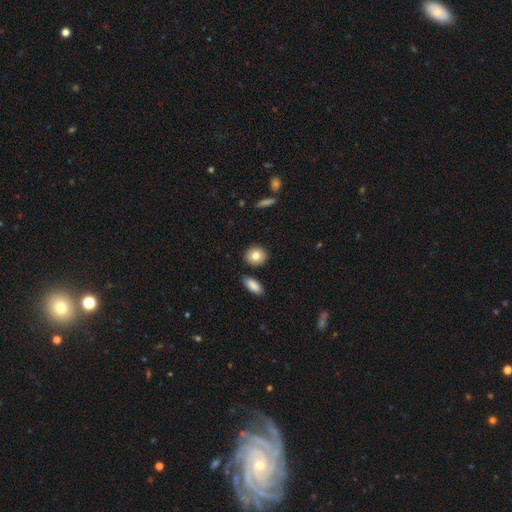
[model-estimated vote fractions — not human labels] This appears to be a smooth galaxy with no disk features (82%) that is round (68%). Merging: none (85%).